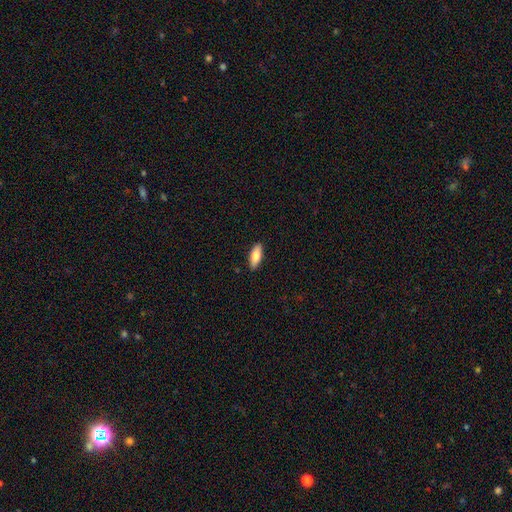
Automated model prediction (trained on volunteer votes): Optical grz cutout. It shows a smooth galaxy with no disk features (78%) that is in between round and cigar-shaped (70%). Merging: none (90%).